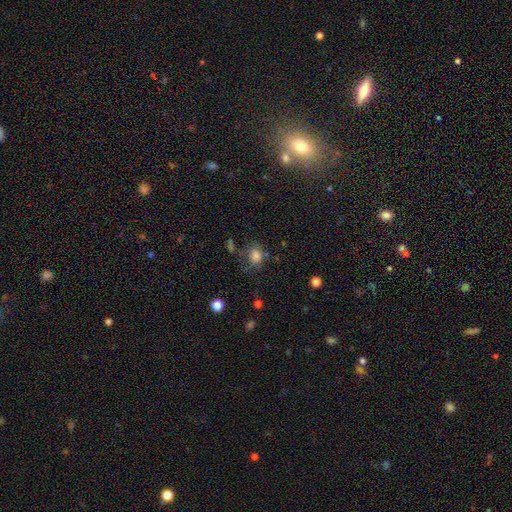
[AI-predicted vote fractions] This is likely a smooth galaxy (79%). How rounded: possibly round (54%). Merging: possibly none (59%).